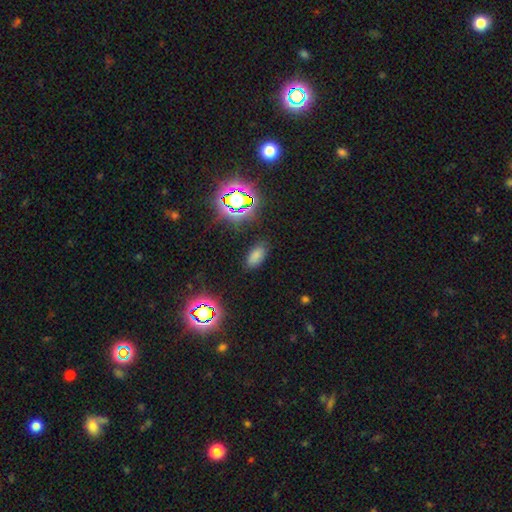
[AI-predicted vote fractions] Q: Smooth or featured?
A: smooth (69%); runner-up: star or artifact (25%)
Q: How rounded?
A: in between (91%); runner-up: cigar-shaped (5%)
Q: Merging?
A: none (84%); runner-up: minor disturbance (11%)